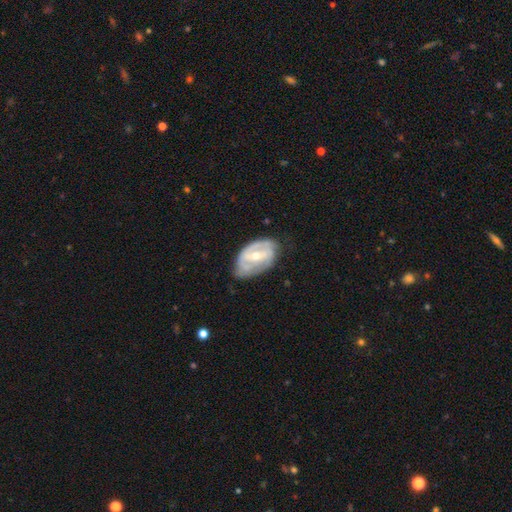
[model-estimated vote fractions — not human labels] A featured or disk galaxy (72%) with a weak bar (41%), spiral arms (70%) and a moderate central bulge (58%). Merging: none (60%).